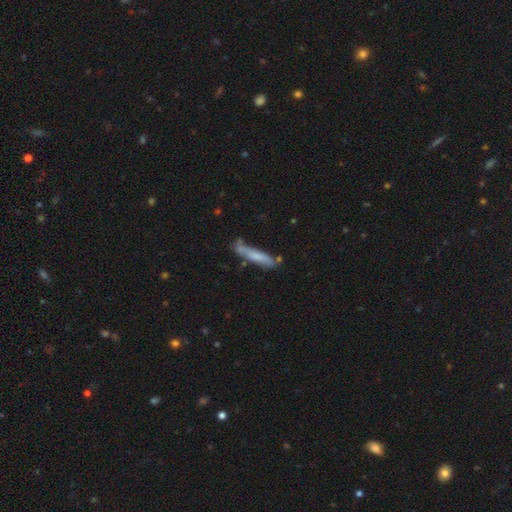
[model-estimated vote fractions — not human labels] Morphology: type=smooth (64%); roundness=cigar-shaped (90%); merging=none (65%).